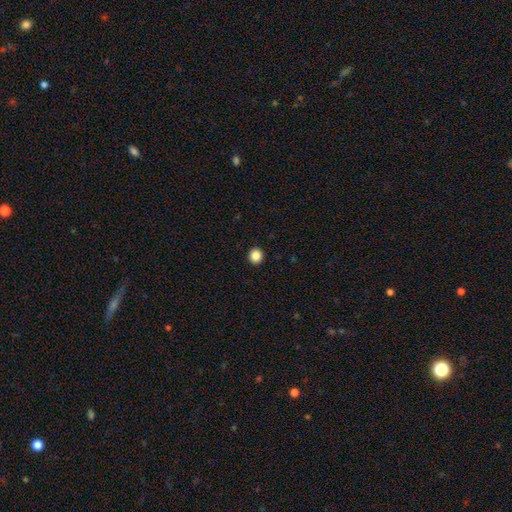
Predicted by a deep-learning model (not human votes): A smooth galaxy with no disk features (86%) that is round (90%).

Vote fractions:
- Smooth or featured? smooth: 86% / star or artifact: 11% / featured or disk: 3%
- How rounded? round: 90% / in between: 9% / cigar-shaped: 1%
- Merging? none: 93% / minor disturbance: 4% / major disturbance: 1% / merger: 1%